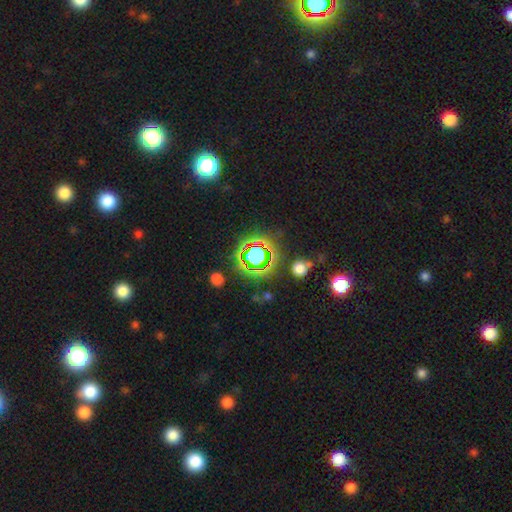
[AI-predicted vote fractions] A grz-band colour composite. It shows a star or artifact, not a galaxy (67%).